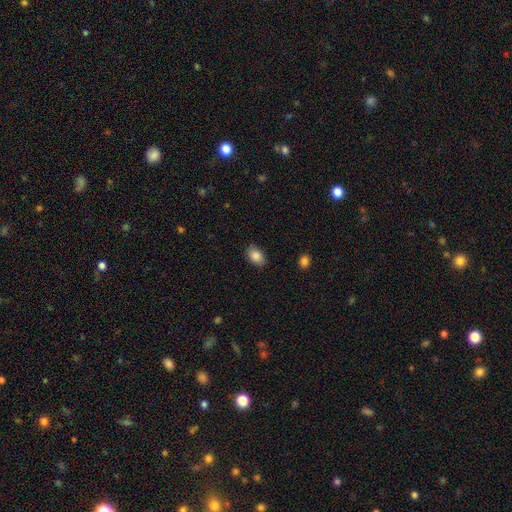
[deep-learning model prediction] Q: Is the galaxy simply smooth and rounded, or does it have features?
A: smooth — 86%.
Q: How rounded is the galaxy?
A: in between — 84%.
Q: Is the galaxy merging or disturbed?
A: none — 83%.